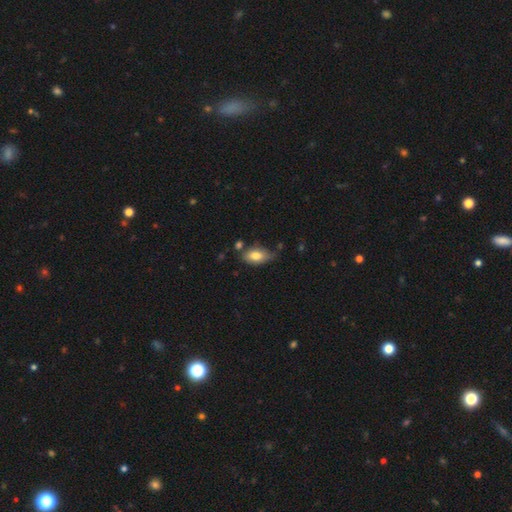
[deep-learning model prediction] Smooth or featured? Predicted: smooth (p=0.79). How rounded? Predicted: in between (p=0.91). Merging? Predicted: none (p=0.52).